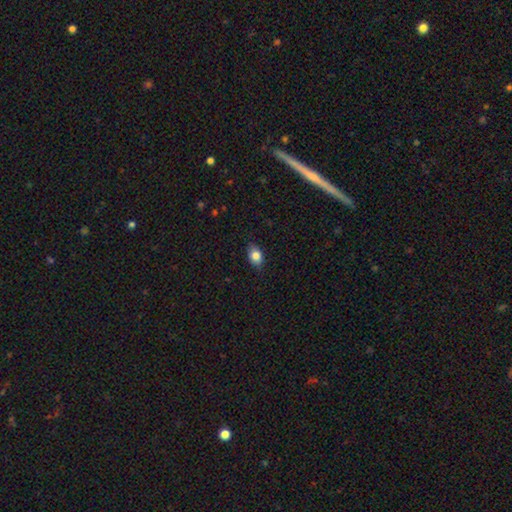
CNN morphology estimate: smooth_or_featured: smooth (p=0.83) [alt: star or artifact p=0.08]
how_rounded: in between (p=0.79) [alt: round p=0.19]
merging: none (p=0.84) [alt: minor disturbance p=0.13]